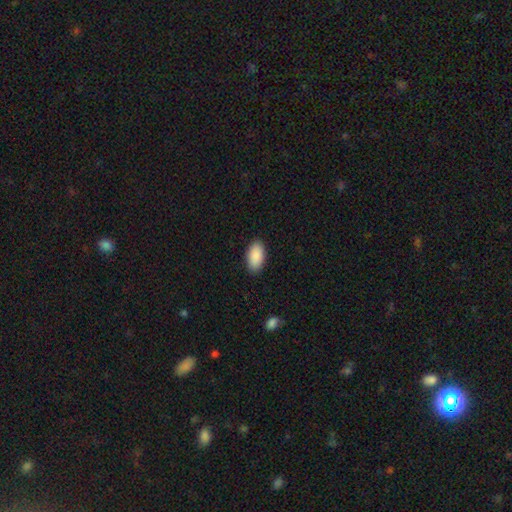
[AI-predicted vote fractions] smooth-or-featured: smooth: 90% | star or artifact: 6% | featured or disk: 4%
  how-rounded: in between: 95% | round: 3% | cigar-shaped: 2%
  merging: none: 89% | minor disturbance: 8% | major disturbance: 2% | merger: 1%